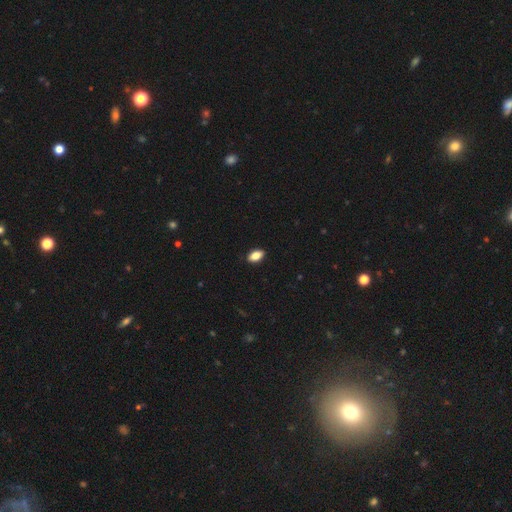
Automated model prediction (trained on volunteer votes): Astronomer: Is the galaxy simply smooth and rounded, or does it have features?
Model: smooth — 84%.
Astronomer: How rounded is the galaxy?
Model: in between — 90%.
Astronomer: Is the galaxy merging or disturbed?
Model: none — 89%.